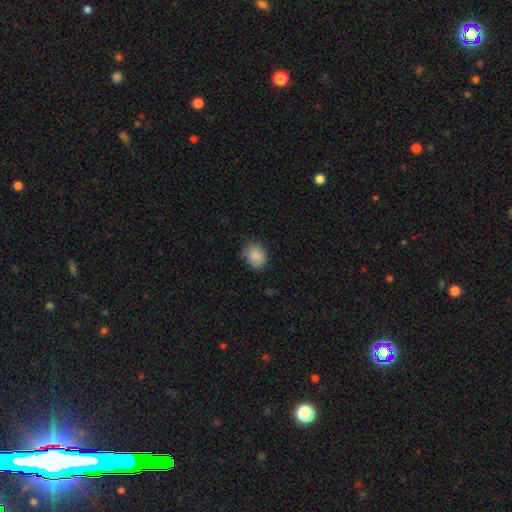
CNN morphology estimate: smooth_or_featured: smooth (p=0.88) [alt: star or artifact p=0.08]
how_rounded: round (p=0.51) [alt: in between p=0.48]
merging: none (p=0.72) [alt: minor disturbance p=0.23]